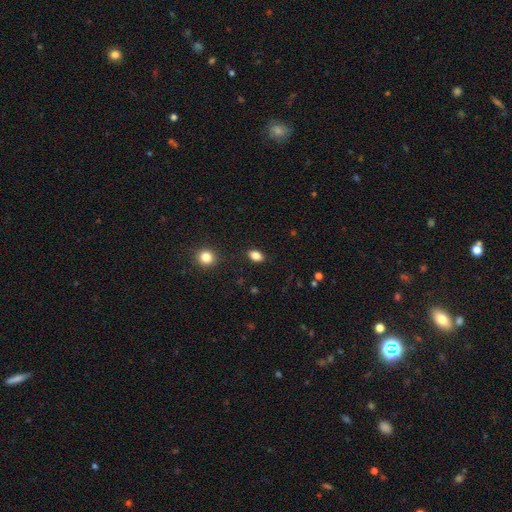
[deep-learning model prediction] This appears to be a smooth galaxy with no disk features (84%) that is in between round and cigar-shaped (82%). Merging: none (87%).